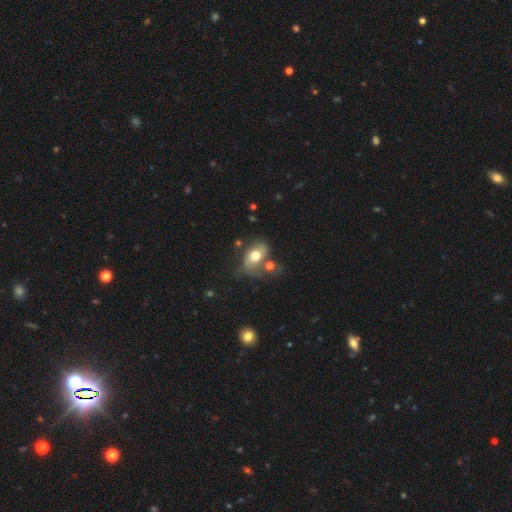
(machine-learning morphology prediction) A smooth galaxy with no disk features (64%) that is in between round and cigar-shaped (79%).

Vote fractions:
- Smooth or featured? smooth: 64% / featured or disk: 27% / star or artifact: 9%
- How rounded? in between: 79% / round: 19% / cigar-shaped: 2%
- Merging? none: 36% / minor disturbance: 24% / merger: 23% / major disturbance: 17%